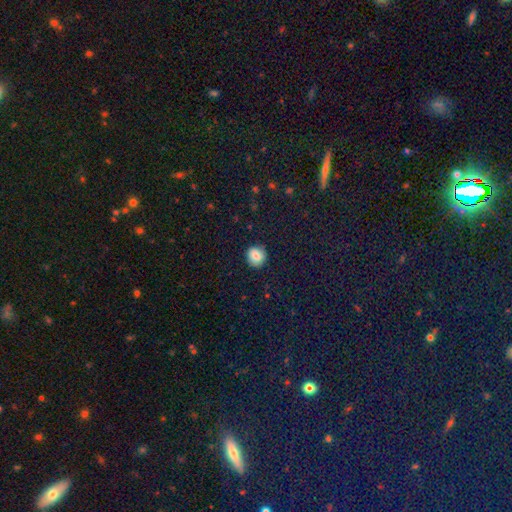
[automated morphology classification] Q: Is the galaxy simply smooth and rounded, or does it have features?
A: smooth — 83%.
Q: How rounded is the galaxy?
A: round — 89%.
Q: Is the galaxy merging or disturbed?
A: none — 89%.